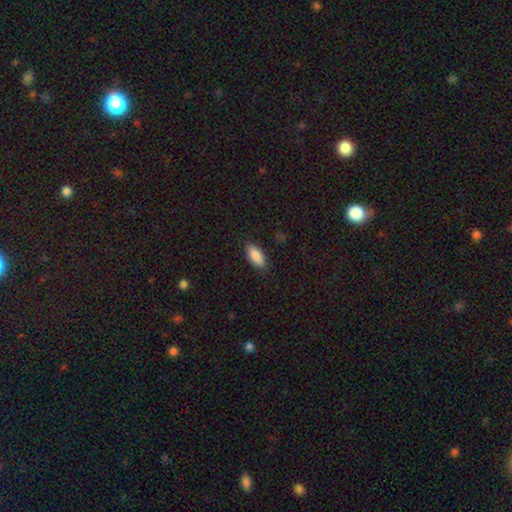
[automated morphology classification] type=smooth (89%); roundness=in between (85%); merging=none (87%).